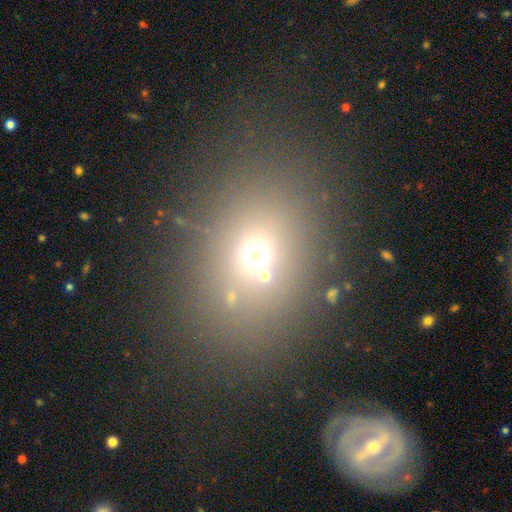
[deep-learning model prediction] A smooth galaxy with no disk features (63%) that is in between round and cigar-shaped (52%).

Vote fractions:
- Smooth or featured? smooth: 63% / star or artifact: 23% / featured or disk: 14%
- How rounded? in between: 52% / round: 46% / cigar-shaped: 1%
- Merging? none: 69% / merger: 13% / minor disturbance: 12% / major disturbance: 7%